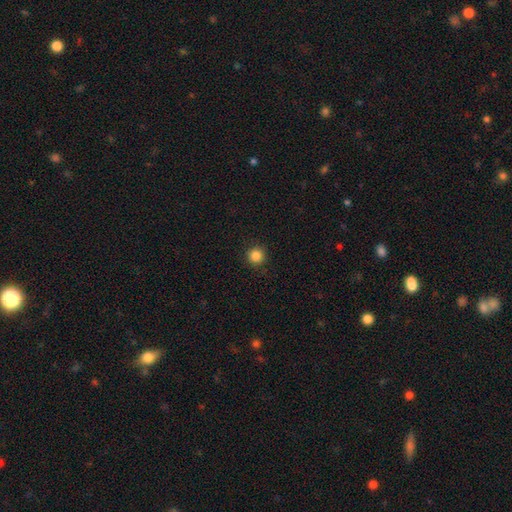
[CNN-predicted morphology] A smooth galaxy with no disk features (85%) that is round (95%).

Vote fractions:
- Smooth or featured? smooth: 85% / star or artifact: 12% / featured or disk: 4%
- How rounded? round: 95% / in between: 4% / cigar-shaped: 1%
- Merging? none: 92% / minor disturbance: 5% / major disturbance: 2% / merger: 1%